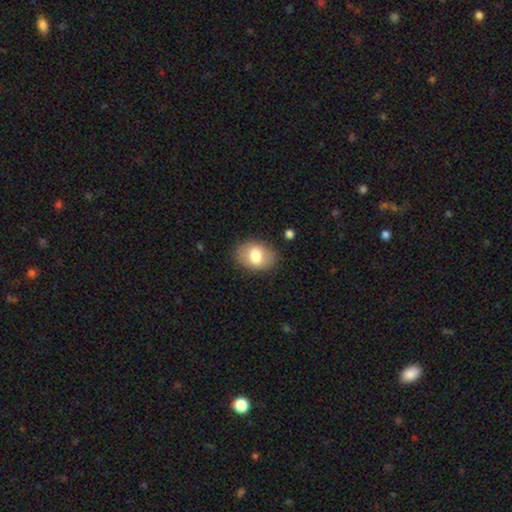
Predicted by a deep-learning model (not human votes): Smooth or featured? smooth (73%)
How rounded? in between (73%)
Merging? none (82%)